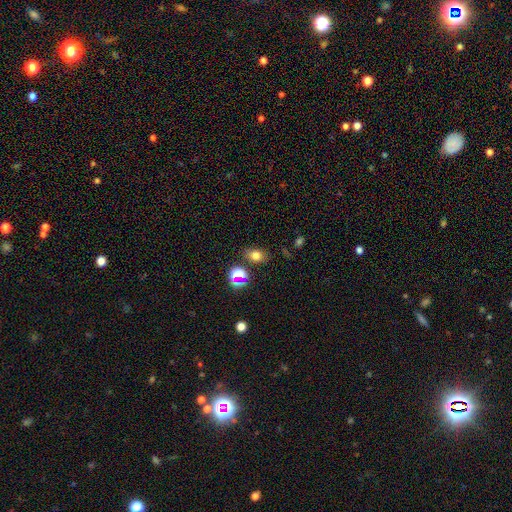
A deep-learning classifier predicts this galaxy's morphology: The model was most divided on "how rounded": in between: 66%, round: 33%, cigar-shaped: 1%. More confident: merging — none (77%); smooth or featured — smooth (72%).